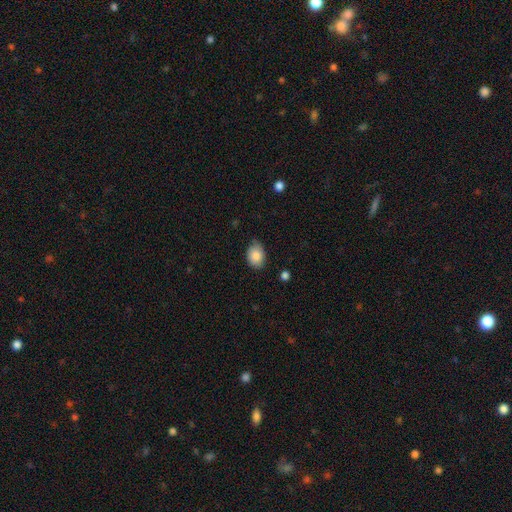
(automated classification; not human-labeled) Smooth or featured?
  - smooth: 85% *
  - featured or disk: 7%
  - star or artifact: 7%
How rounded?
  - in between: 75% *
  - round: 25%
  - cigar-shaped: 1%
Merging?
  - none: 75% *
  - minor disturbance: 20%
  - major disturbance: 3%
  - merger: 1%